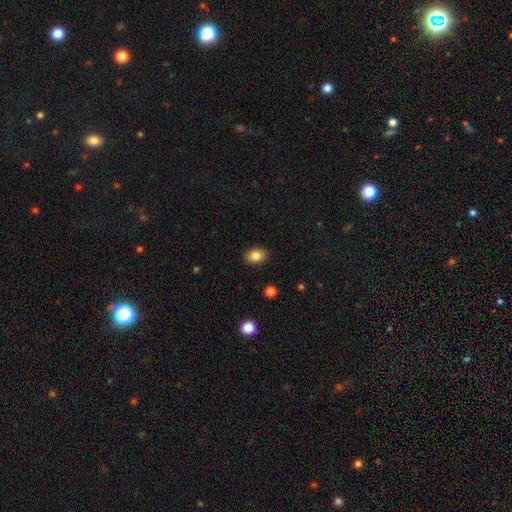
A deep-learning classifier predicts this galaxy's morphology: smooth_or_featured: smooth (p=0.84) [alt: star or artifact p=0.09]
how_rounded: in between (p=0.79) [alt: round p=0.19]
merging: none (p=0.89) [alt: minor disturbance p=0.08]